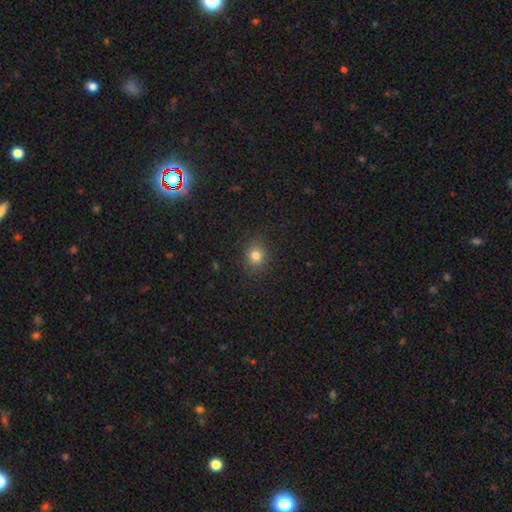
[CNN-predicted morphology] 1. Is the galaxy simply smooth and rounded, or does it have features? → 80% smooth, 14% star or artifact, 6% featured or disk.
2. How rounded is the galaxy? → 75% round, 24% in between, 1% cigar-shaped.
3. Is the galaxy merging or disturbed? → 88% none, 8% minor disturbance, 3% major disturbance, 1% merger.